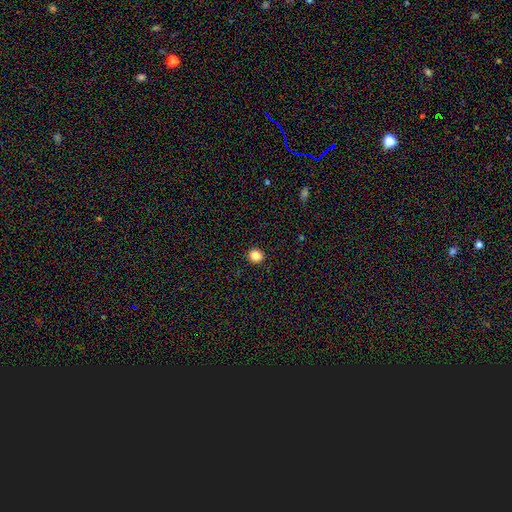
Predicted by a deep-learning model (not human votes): Smooth or featured? Predicted: smooth (p=0.85). How rounded? Predicted: round (p=0.90). Merging? Predicted: none (p=0.93).